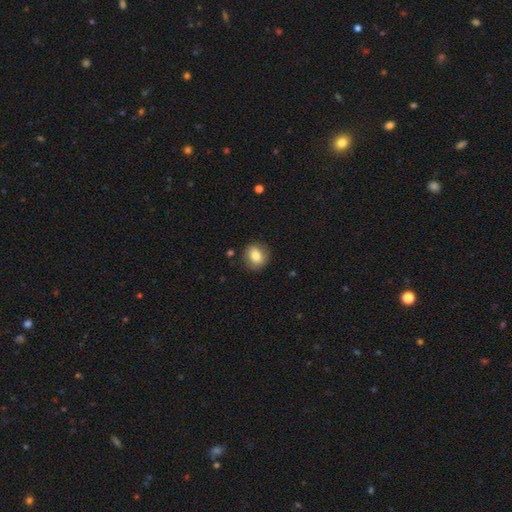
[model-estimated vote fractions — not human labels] This appears to be a smooth galaxy with no disk features (77%) that is round (62%). Merging: none (83%).